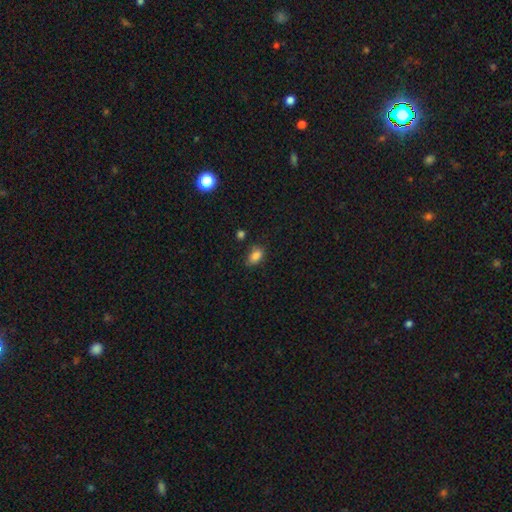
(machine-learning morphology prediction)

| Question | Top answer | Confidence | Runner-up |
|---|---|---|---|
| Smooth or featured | smooth | 85% | star or artifact (10%) |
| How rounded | in between | 85% | round (13%) |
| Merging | none | 69% | minor disturbance (23%) |